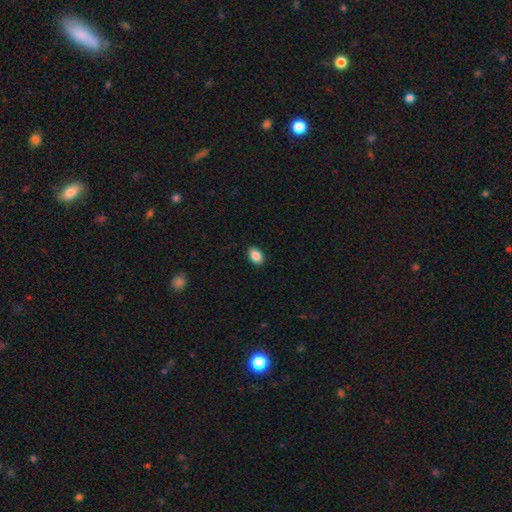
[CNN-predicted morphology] type=smooth (87%); roundness=in between (84%); merging=none (89%).